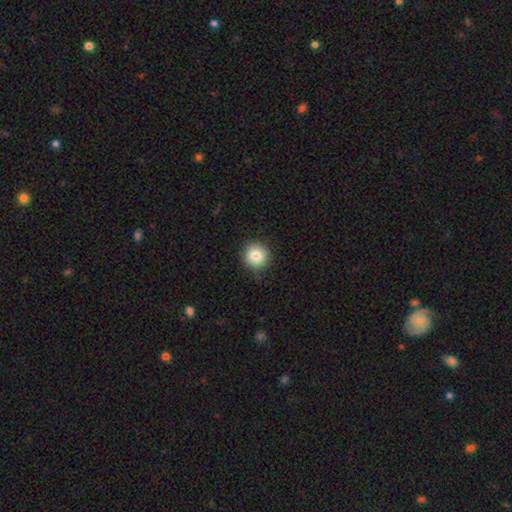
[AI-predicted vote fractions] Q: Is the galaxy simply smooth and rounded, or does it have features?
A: smooth — 84%.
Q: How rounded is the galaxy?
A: round — 95%.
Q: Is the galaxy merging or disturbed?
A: none — 90%.